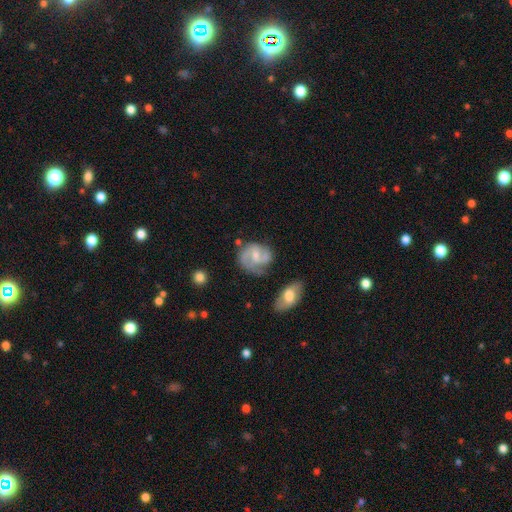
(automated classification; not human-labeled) smooth_or_featured: featured or disk (p=0.74) [alt: smooth p=0.20]
disk_edge_on: no (p=0.97) [alt: yes p=0.03]
bar: weak (p=0.51) [alt: no p=0.38]
has_spiral_arms: yes (p=0.92) [alt: no p=0.08]
spiral_winding: medium (p=0.52) [alt: tight p=0.26]
spiral_arm_count: 2 (p=0.79) [alt: can't tell p=0.09]
bulge_size: small (p=0.49) [alt: moderate p=0.42]
merging: none (p=0.59) [alt: minor disturbance p=0.24]